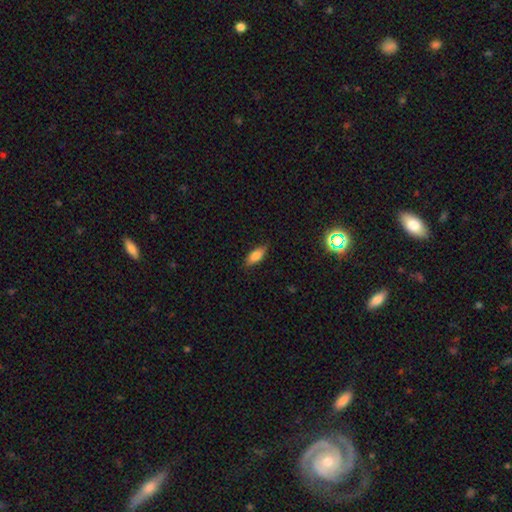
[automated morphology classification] type=smooth (78%); roundness=in between (78%); merging=none (80%).